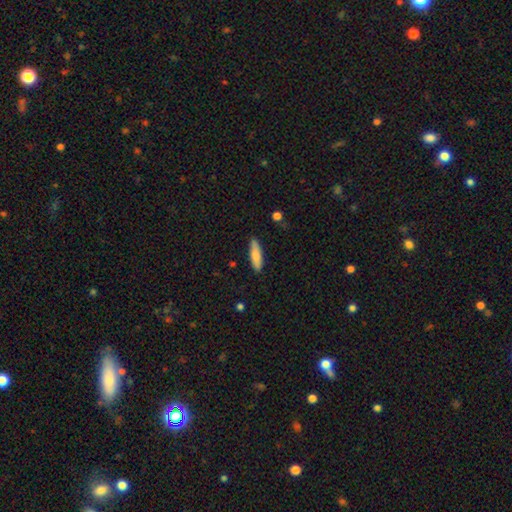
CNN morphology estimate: Smooth or featured? Predicted: smooth (p=0.80). How rounded? Predicted: cigar-shaped (p=0.61). Merging? Predicted: none (p=0.86).